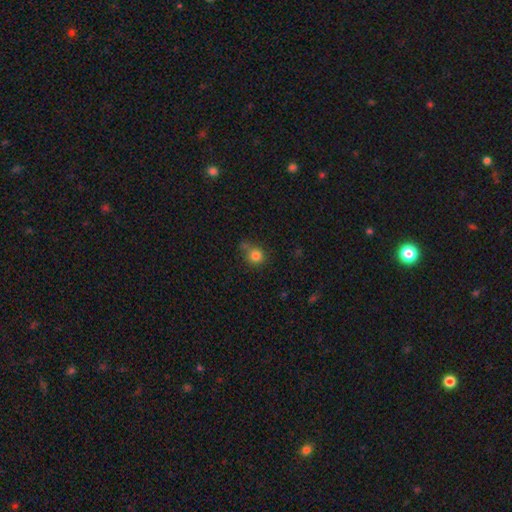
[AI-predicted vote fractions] smooth_or_featured: smooth (p=0.82) [alt: star or artifact p=0.12]
how_rounded: round (p=0.89) [alt: in between p=0.10]
merging: none (p=0.62) [alt: minor disturbance p=0.19]